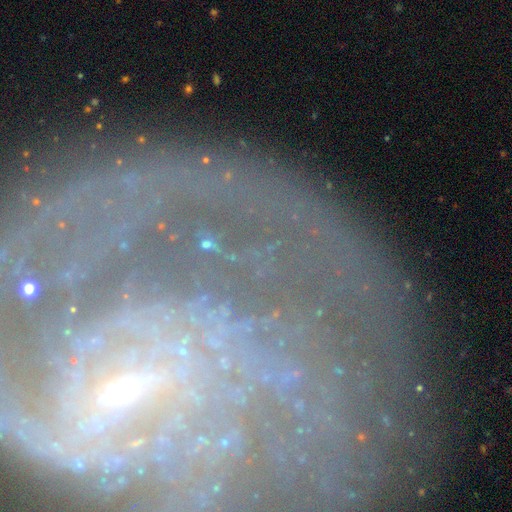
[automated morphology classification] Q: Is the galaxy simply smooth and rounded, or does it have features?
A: featured or disk — 47%.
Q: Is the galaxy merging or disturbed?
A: none — 62%.